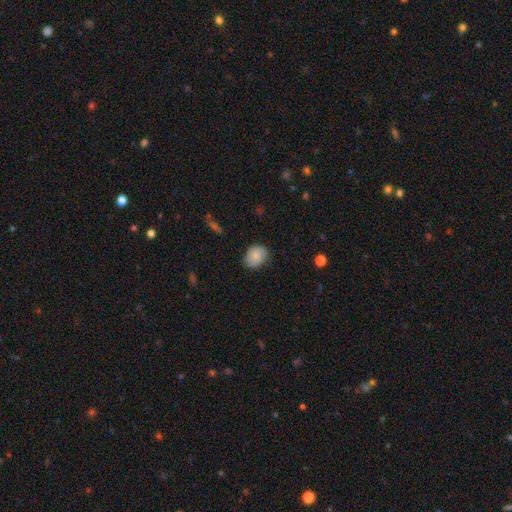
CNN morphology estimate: A smooth galaxy with no disk features (75%) that is in between round and cigar-shaped (63%). Merging: none (74%).